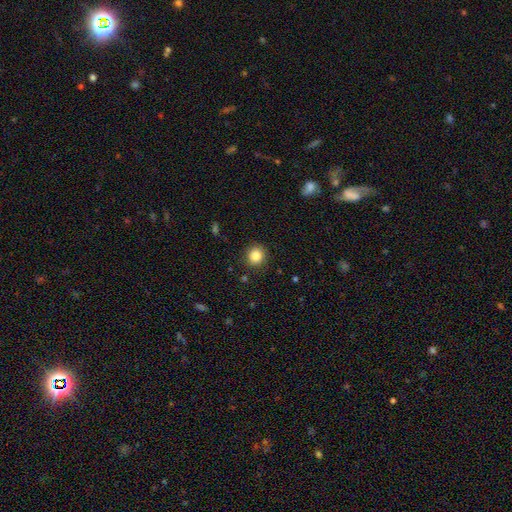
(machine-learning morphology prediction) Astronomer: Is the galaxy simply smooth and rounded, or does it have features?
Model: smooth — 85%.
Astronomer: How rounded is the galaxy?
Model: round — 87%.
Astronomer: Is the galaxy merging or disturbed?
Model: none — 90%.